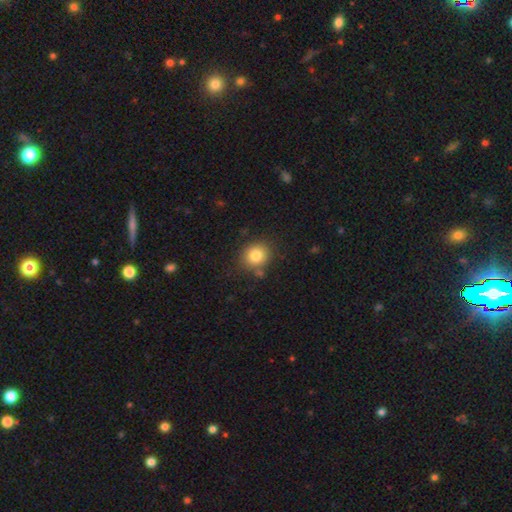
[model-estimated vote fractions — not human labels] The model was most divided on "how rounded": round: 78%, in between: 21%, cigar-shaped: 1%. More confident: smooth or featured — smooth (82%); merging — none (80%).